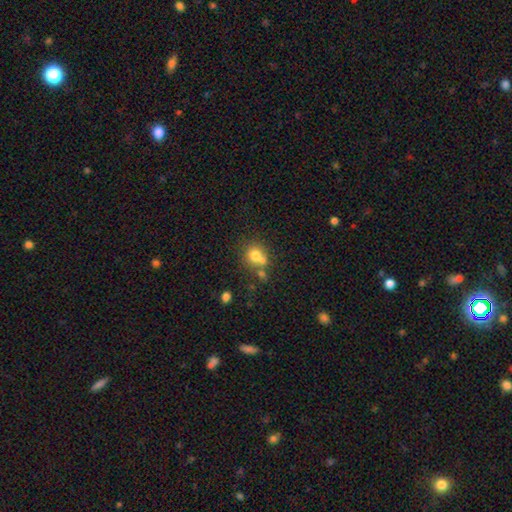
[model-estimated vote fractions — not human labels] This is likely a smooth galaxy (73%). How rounded: clearly round (82%). Merging: possibly none (47%).